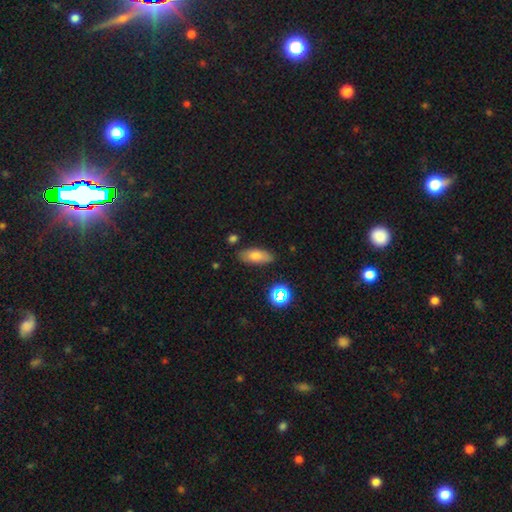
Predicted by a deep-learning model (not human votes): The model was most divided on "how rounded": in between: 79%, cigar-shaped: 17%, round: 4%. More confident: merging — none (82%); smooth or featured — smooth (77%).